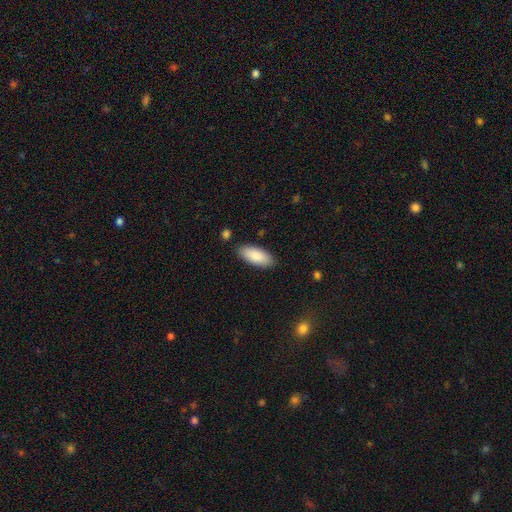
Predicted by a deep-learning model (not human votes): Q: Smooth or featured?
A: smooth (88%); runner-up: featured or disk (6%)
Q: How rounded?
A: in between (85%); runner-up: cigar-shaped (13%)
Q: Merging?
A: none (86%); runner-up: minor disturbance (10%)